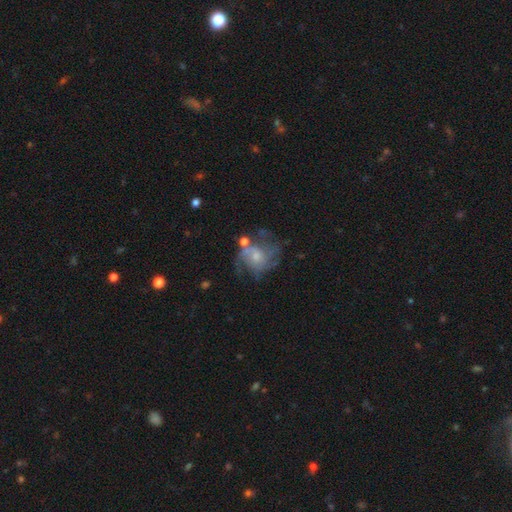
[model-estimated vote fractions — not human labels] Morphology: type=featured or disk (69%); edge-on=no (98%); bar=no (72%); spiral arms=yes (81%); winding=medium (45%); arm count=can't tell (35%); bulge=small (44%); merging=none (46%).